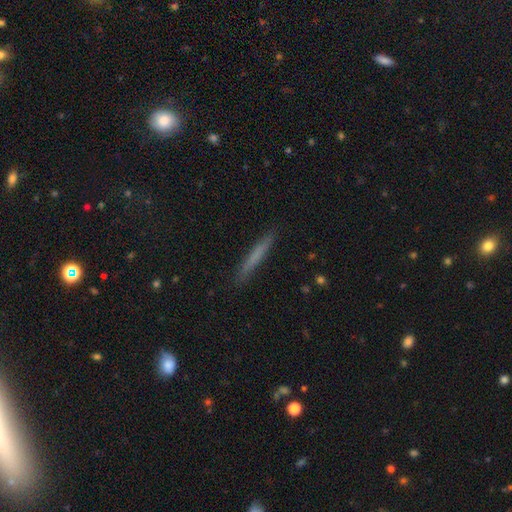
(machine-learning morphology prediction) smooth 66%, featured or disk 27%, star or artifact 7%. Down the decision tree: how rounded — cigar-shaped (96%); merging — none (89%).